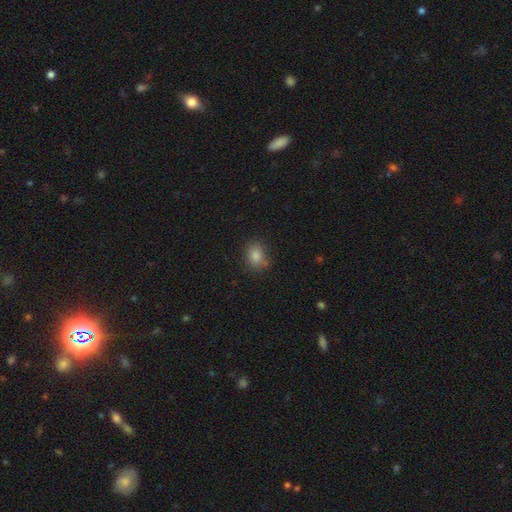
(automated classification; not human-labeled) smooth 81%, star or artifact 13%, featured or disk 7%. Down the decision tree: how rounded — round (54%); merging — none (79%).